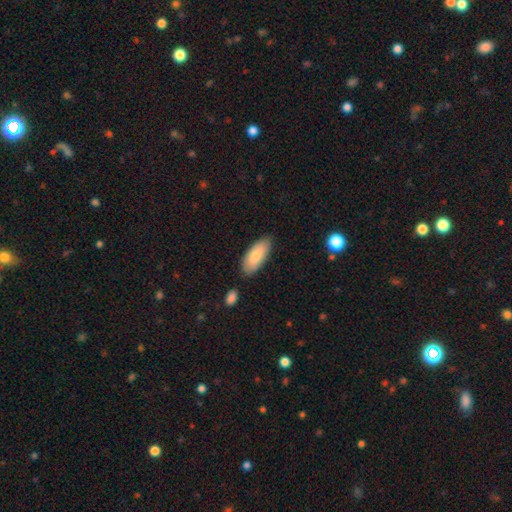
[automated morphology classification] Smooth or featured? smooth (82%)
How rounded? in between (87%)
Merging? none (81%)